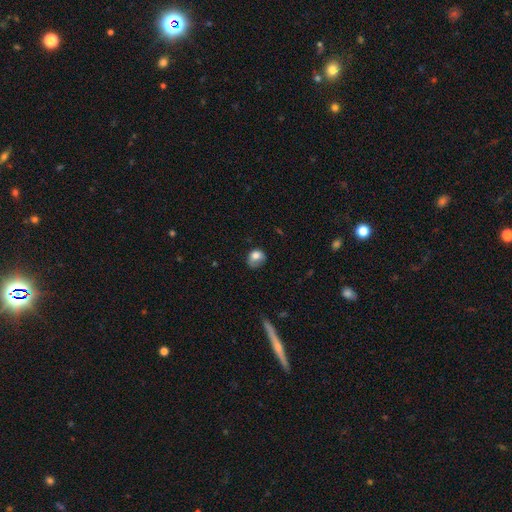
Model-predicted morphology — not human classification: Smooth or featured? Predicted: smooth (p=0.77). How rounded? Predicted: round (p=0.60). Merging? Predicted: none (p=0.47).